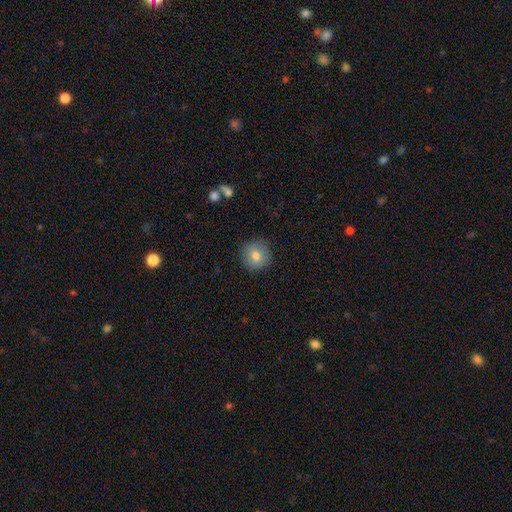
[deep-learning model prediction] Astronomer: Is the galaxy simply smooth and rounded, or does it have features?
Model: smooth — 80%.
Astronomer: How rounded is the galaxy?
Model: round — 94%.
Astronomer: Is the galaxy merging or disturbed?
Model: none — 89%.